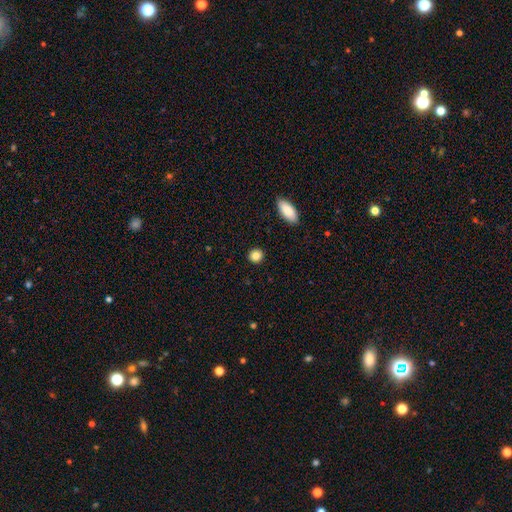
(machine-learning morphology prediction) smooth_or_featured: smooth (p=0.85) [alt: star or artifact p=0.10]
how_rounded: round (p=0.86) [alt: in between p=0.13]
merging: none (p=0.91) [alt: minor disturbance p=0.06]